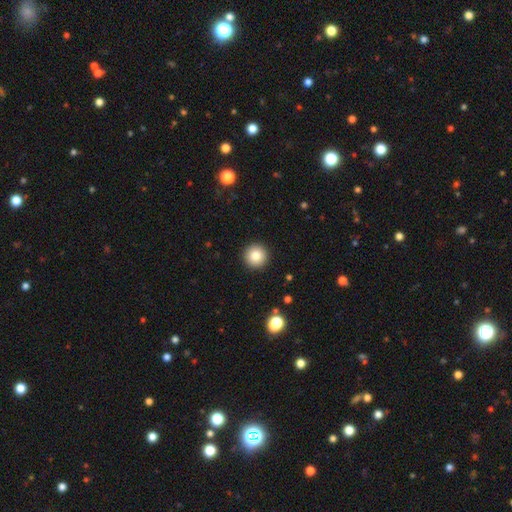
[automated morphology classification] Smooth or featured?
  - smooth: 83% *
  - star or artifact: 10%
  - featured or disk: 7%
How rounded?
  - round: 96% *
  - in between: 3%
  - cigar-shaped: 1%
Merging?
  - none: 93% *
  - minor disturbance: 5%
  - major disturbance: 2%
  - merger: 1%